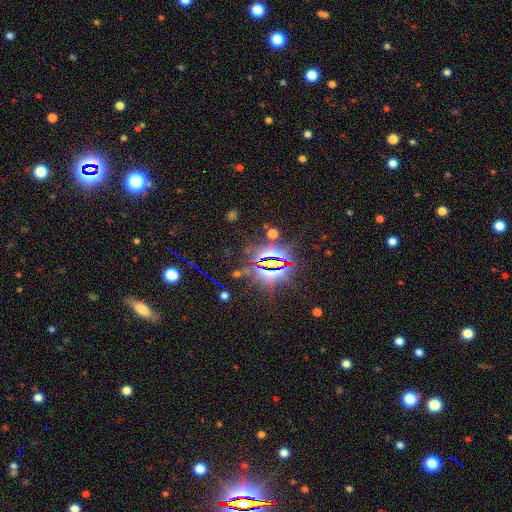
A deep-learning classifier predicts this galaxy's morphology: Smooth or featured: star or artifact — 83% (smooth — 10%)